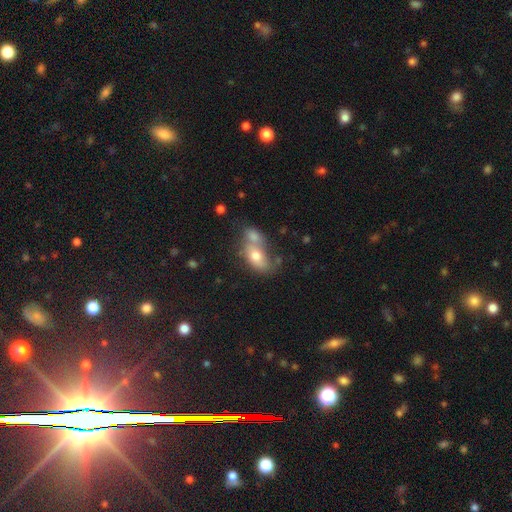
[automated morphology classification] Smooth or featured?
  - smooth: 70% *
  - featured or disk: 22%
  - star or artifact: 8%
How rounded?
  - in between: 83% *
  - round: 12%
  - cigar-shaped: 4%
Merging?
  - merger: 57% *
  - none: 25%
  - minor disturbance: 11%
  - major disturbance: 7%